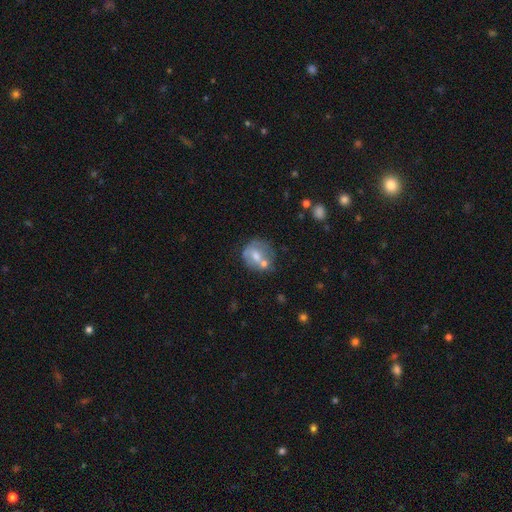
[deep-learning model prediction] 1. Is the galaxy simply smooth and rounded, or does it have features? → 54% smooth, 37% featured or disk, 8% star or artifact.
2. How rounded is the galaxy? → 70% round, 29% in between, 1% cigar-shaped.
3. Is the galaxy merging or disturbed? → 38% none, 34% merger, 18% minor disturbance, 10% major disturbance.